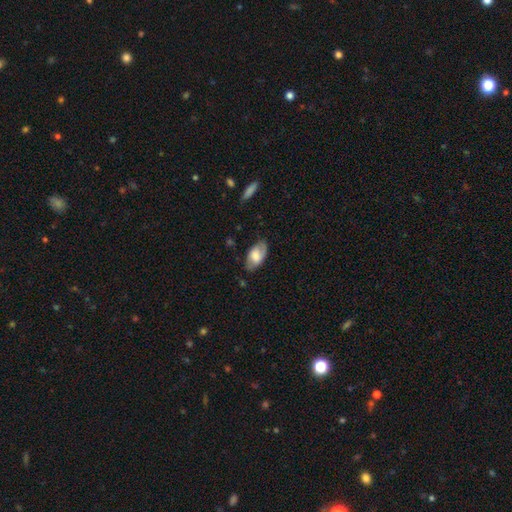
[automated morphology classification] type=smooth (61%); roundness=in between (93%); merging=none (75%).